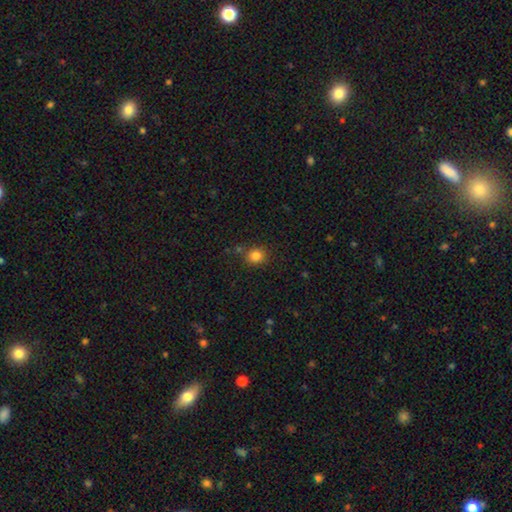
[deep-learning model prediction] Morphology: type=smooth (83%); roundness=round (85%); merging=none (83%).